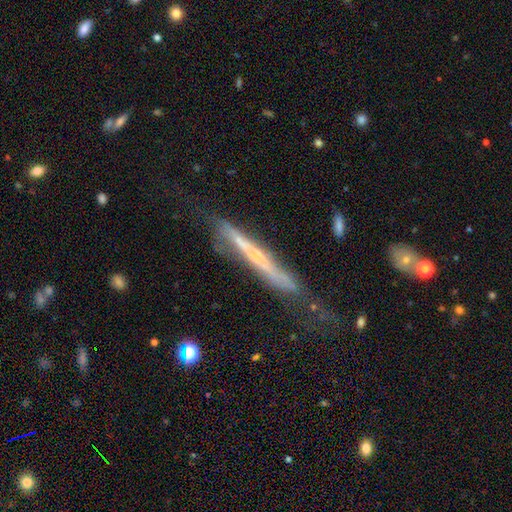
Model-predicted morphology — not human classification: A featured or disk galaxy (68%) viewed edge-on (84%) with no central bulge (63%). Merging: none (51%).